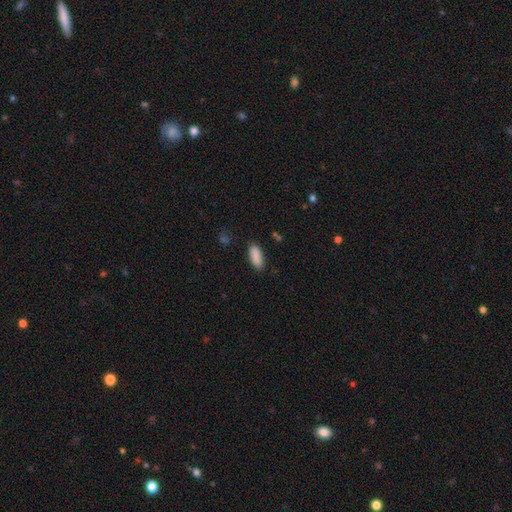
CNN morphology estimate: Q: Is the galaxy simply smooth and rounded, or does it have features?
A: smooth — 89%.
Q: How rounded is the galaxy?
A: in between — 76%.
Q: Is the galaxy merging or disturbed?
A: none — 85%.